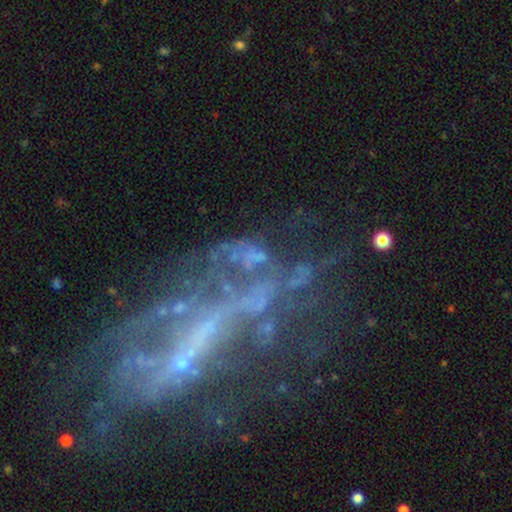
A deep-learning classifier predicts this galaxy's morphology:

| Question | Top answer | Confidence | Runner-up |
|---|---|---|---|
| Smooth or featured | featured or disk | 51% | star or artifact (33%) |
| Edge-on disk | no | 95% | yes (5%) |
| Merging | none | 43% | major disturbance (28%) |